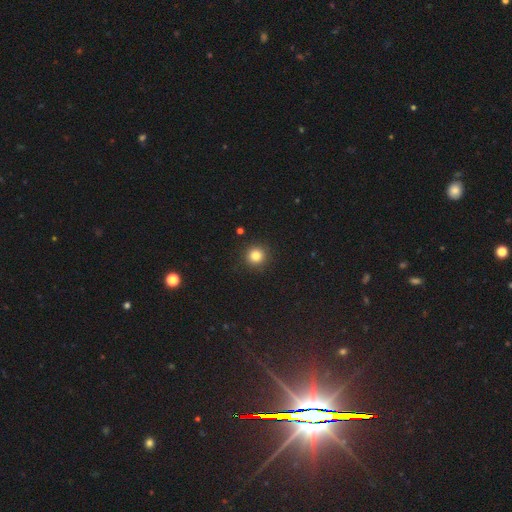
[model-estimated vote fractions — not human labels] This is clearly a smooth galaxy (82%). How rounded: clearly round (95%). Merging: clearly none (92%).